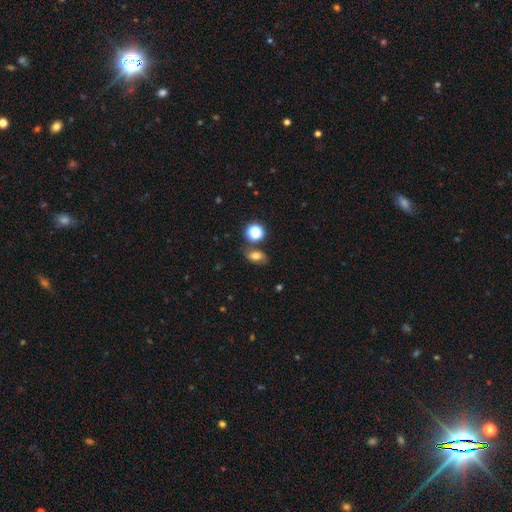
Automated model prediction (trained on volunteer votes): smooth 66%, star or artifact 18%, featured or disk 16%. Down the decision tree: how rounded — in between (77%); merging — none (69%).